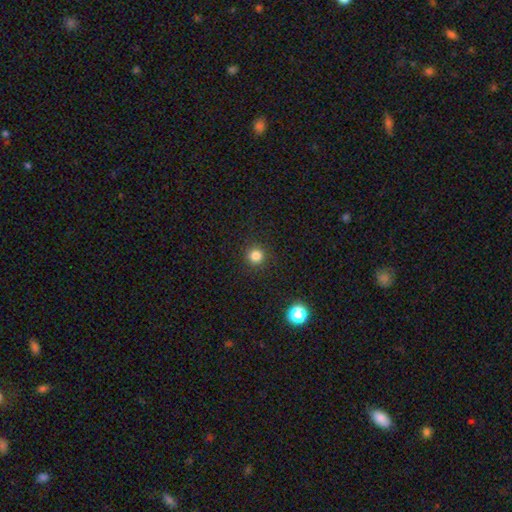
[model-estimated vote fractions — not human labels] Smooth or featured? Predicted: smooth (p=0.83). How rounded? Predicted: round (p=0.95). Merging? Predicted: none (p=0.92).